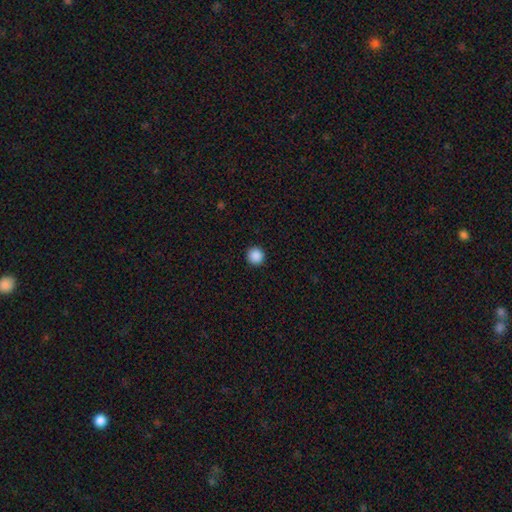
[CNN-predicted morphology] The model was most divided on "smooth or featured": smooth: 88%, star or artifact: 9%, featured or disk: 2%. More confident: how rounded — round (96%); merging — none (93%).